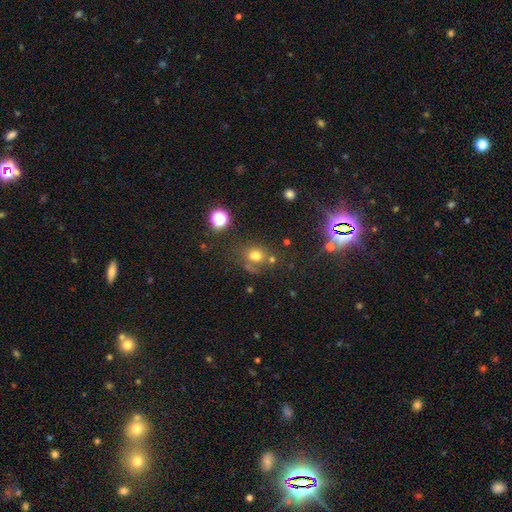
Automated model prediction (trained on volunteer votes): Smooth or featured?
  - smooth: 68% *
  - star or artifact: 22%
  - featured or disk: 11%
How rounded?
  - round: 67% *
  - in between: 32%
  - cigar-shaped: 1%
Merging?
  - none: 59% *
  - minor disturbance: 16%
  - merger: 16%
  - major disturbance: 9%